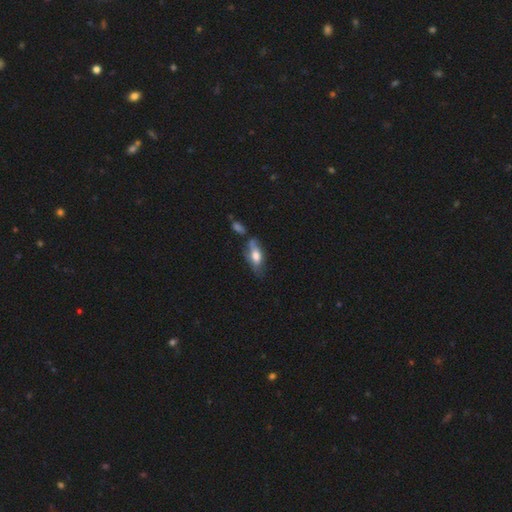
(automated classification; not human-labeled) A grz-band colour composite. It shows a smooth galaxy with no disk features (60%) that is in between round and cigar-shaped (79%). Merging: none (46%).